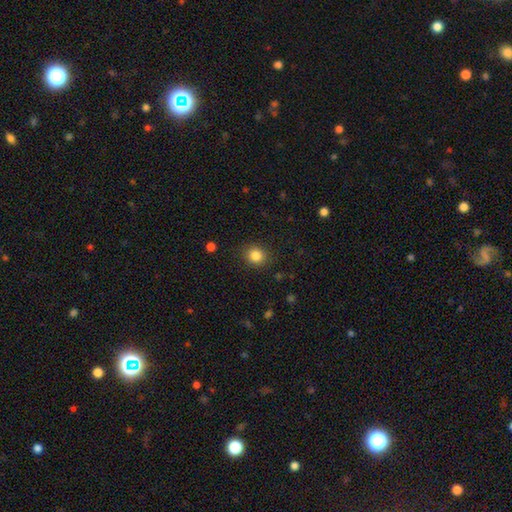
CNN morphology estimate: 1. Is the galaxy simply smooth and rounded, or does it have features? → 84% smooth, 11% star or artifact, 5% featured or disk.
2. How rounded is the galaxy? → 84% round, 15% in between, 1% cigar-shaped.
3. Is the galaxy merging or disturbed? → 88% none, 8% minor disturbance, 3% major disturbance, 1% merger.